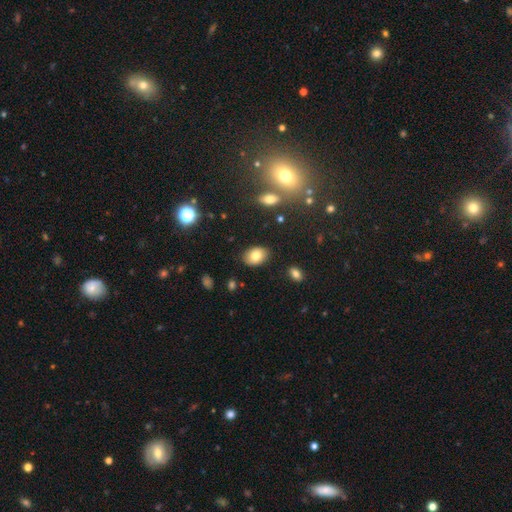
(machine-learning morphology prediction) smooth_or_featured: smooth (p=0.80) [alt: featured or disk p=0.12]
how_rounded: in between (p=0.81) [alt: round p=0.18]
merging: none (p=0.86) [alt: minor disturbance p=0.10]